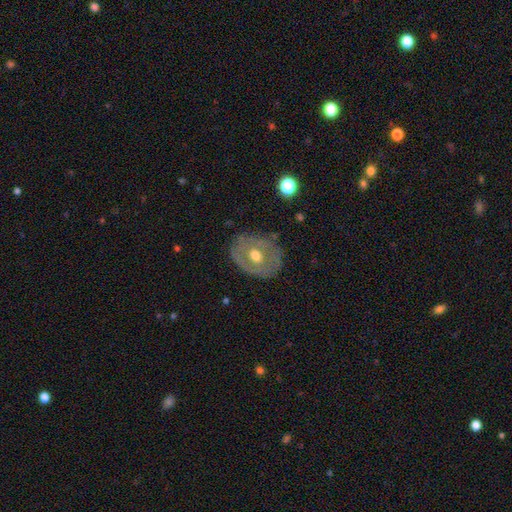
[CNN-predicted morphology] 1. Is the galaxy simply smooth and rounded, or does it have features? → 61% featured or disk, 33% smooth, 6% star or artifact.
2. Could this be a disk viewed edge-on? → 94% no, 6% yes.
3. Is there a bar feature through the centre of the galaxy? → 74% no, 20% weak, 6% strong.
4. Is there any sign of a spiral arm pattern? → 72% no, 28% yes.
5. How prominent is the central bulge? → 78% moderate, 12% small, 8% large, 1% none, 1% dominant.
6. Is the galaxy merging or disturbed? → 73% none, 18% minor disturbance, 7% major disturbance, 1% merger.